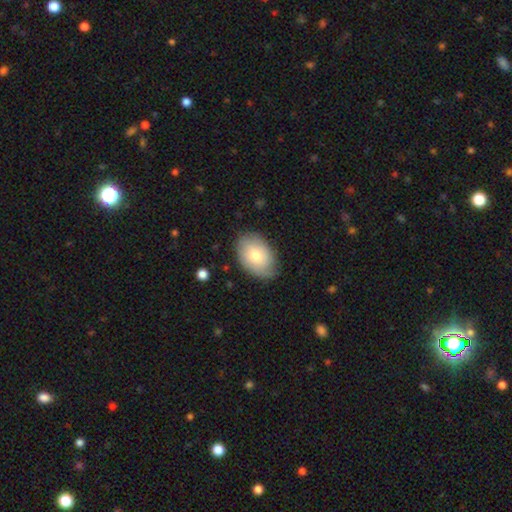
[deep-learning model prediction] Overall: smooth (69%). How rounded: in between (85%). Merging: none (76%).